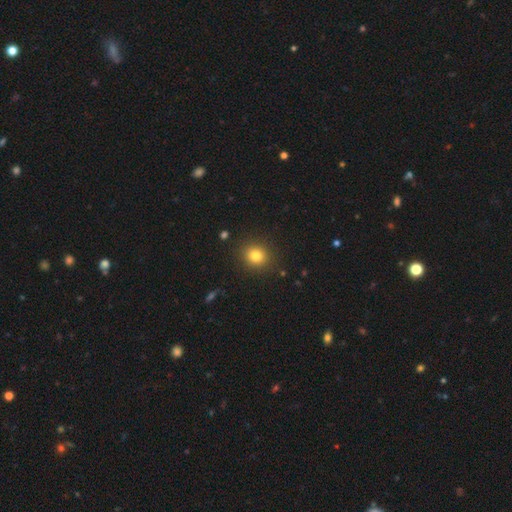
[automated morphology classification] This appears to be a smooth galaxy with no disk features (80%) that is round (81%). Merging: none (89%).